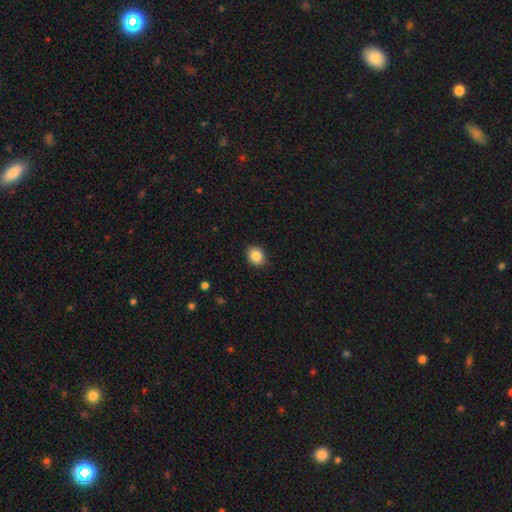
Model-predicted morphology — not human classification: Smooth or featured: smooth — 86% (star or artifact — 9%)
How rounded: round — 53% (in between — 46%)
Merging: none — 89% (minor disturbance — 9%)